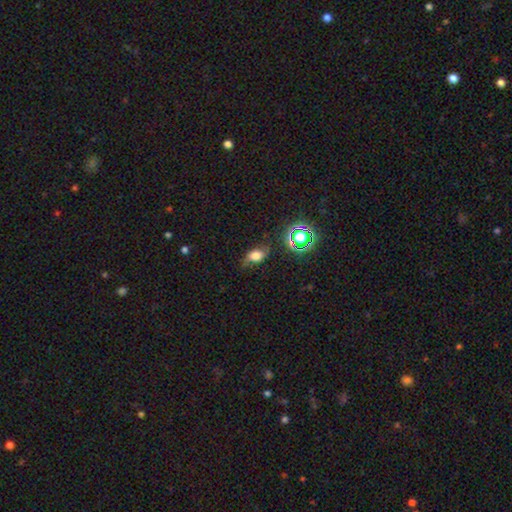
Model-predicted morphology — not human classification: smooth 60%, featured or disk 21%, star or artifact 19%. Down the decision tree: how rounded — in between (78%); merging — none (62%).